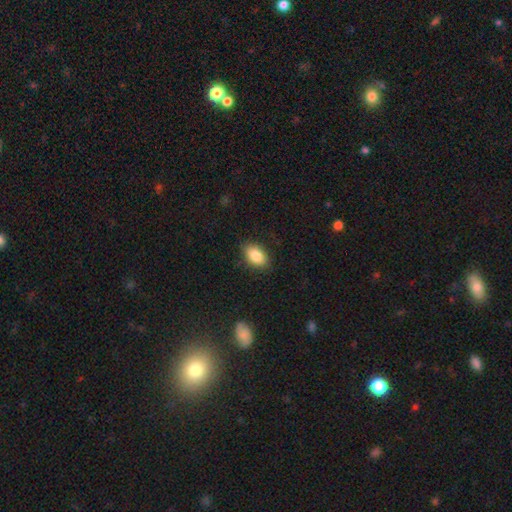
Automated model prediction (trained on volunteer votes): smooth_or_featured: smooth (p=0.87) [alt: star or artifact p=0.07]
how_rounded: in between (p=0.90) [alt: round p=0.08]
merging: none (p=0.85) [alt: minor disturbance p=0.11]